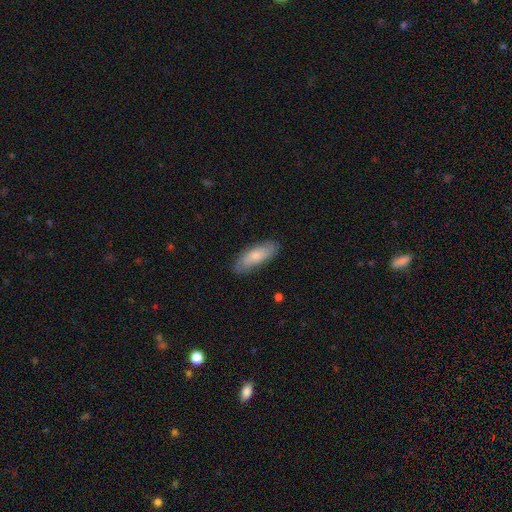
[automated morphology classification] Smooth or featured? smooth (69%)
How rounded? in between (70%)
Merging? none (81%)